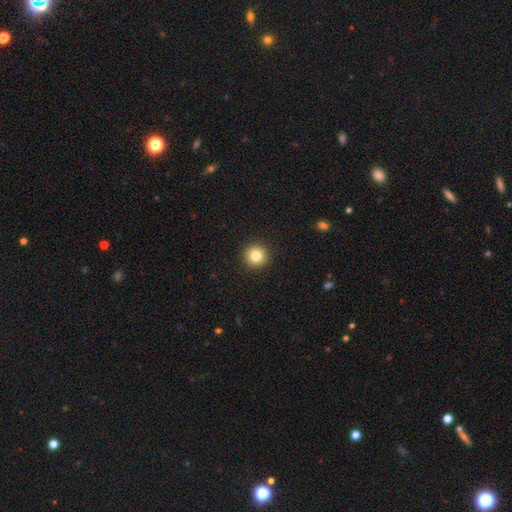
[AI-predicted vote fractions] Morphology: type=smooth (82%); roundness=round (96%); merging=none (93%).